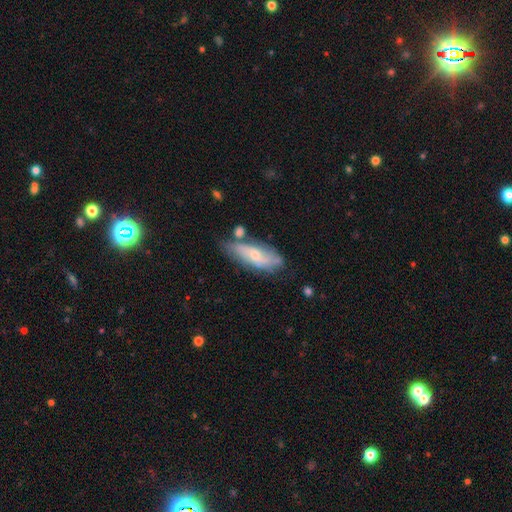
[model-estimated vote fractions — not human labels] Smooth or featured: featured or disk — 47% (smooth — 46%)
Merging: none — 54% (minor disturbance — 27%)